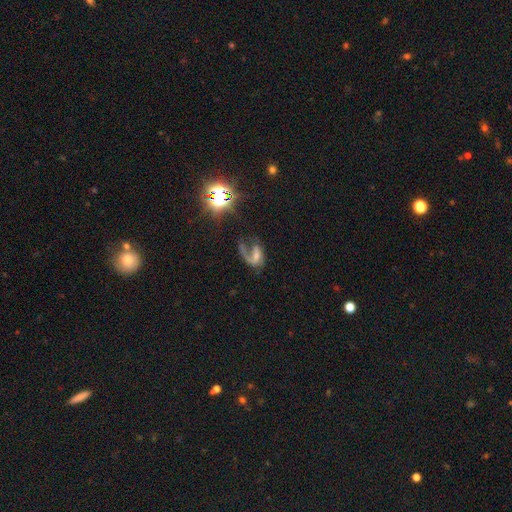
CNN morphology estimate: Q: Smooth or featured?
A: featured or disk (63%); runner-up: smooth (22%)
Q: Edge-on disk?
A: no (96%); runner-up: yes (4%)
Q: Bar?
A: no (49%); runner-up: weak (34%)
Q: Spiral arms?
A: yes (78%); runner-up: no (22%)
Q: Bulge size?
A: small (37%); runner-up: none (31%)
Q: Merging?
A: major disturbance (47%); runner-up: none (31%)